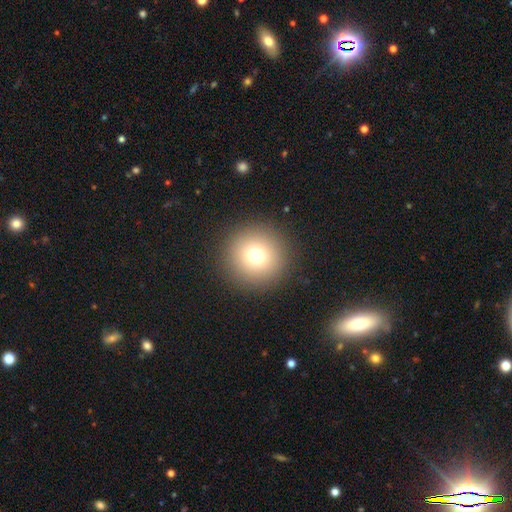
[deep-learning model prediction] Q: Smooth or featured?
A: smooth (74%); runner-up: star or artifact (15%)
Q: How rounded?
A: round (96%); runner-up: in between (3%)
Q: Merging?
A: none (91%); runner-up: minor disturbance (5%)